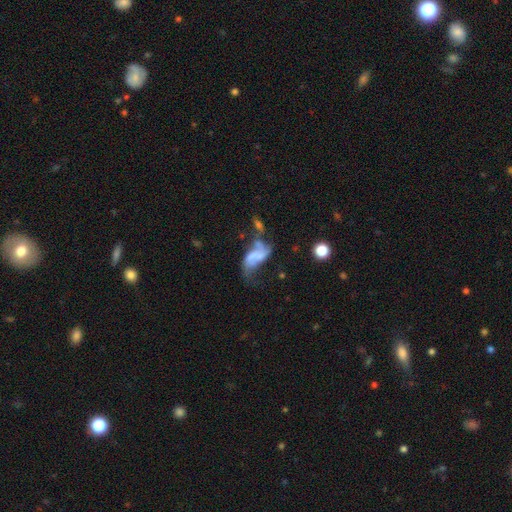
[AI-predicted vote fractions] Smooth or featured: featured or disk — 53% (smooth — 35%)
Edge-on disk: no — 95% (yes — 5%)
Bar: no — 66% (weak — 24%)
Spiral arms: yes — 55% (no — 45%)
Bulge size: none — 56% (small — 23%)
Merging: major disturbance — 36% (merger — 28%)